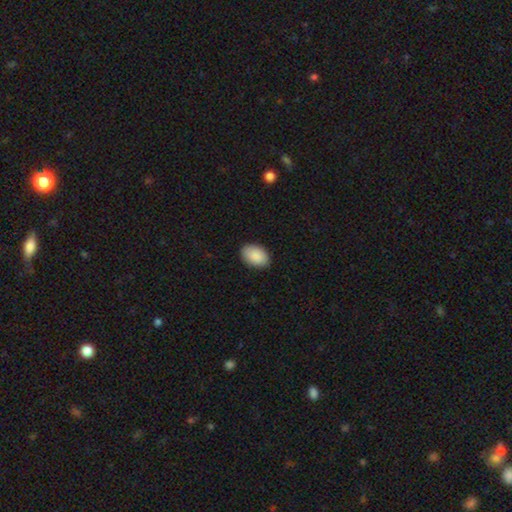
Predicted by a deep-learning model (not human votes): Smooth or featured: smooth — 90% (star or artifact — 6%)
How rounded: in between — 90% (round — 9%)
Merging: none — 88% (minor disturbance — 10%)